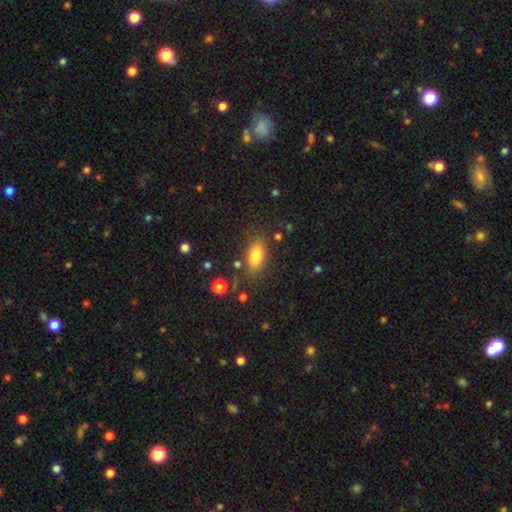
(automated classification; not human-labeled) Smooth or featured? smooth (80%)
How rounded? in between (85%)
Merging? none (76%)